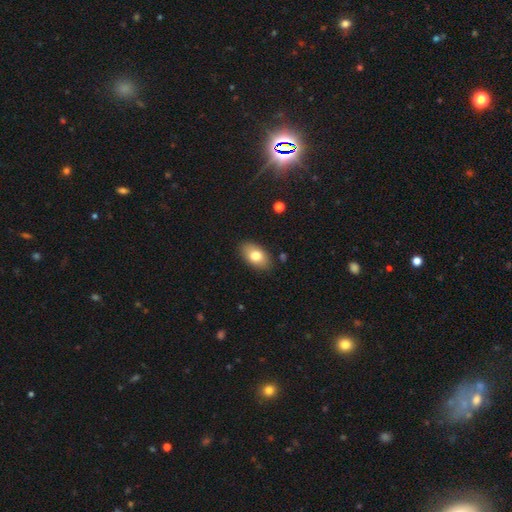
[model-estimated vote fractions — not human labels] A smooth galaxy with no disk features (78%) that is in between round and cigar-shaped (91%). Merging: none (86%).